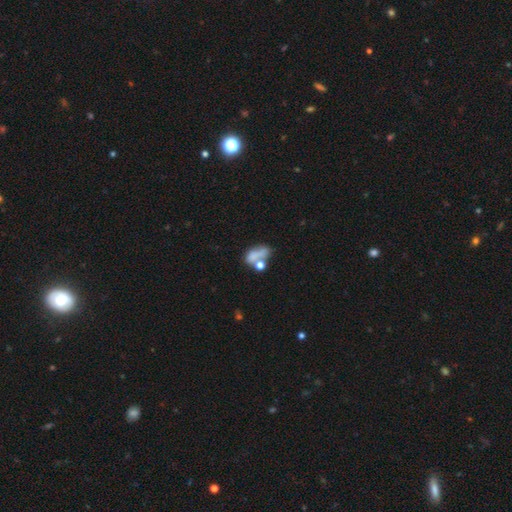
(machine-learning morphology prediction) type=smooth (64%); roundness=in between (76%); merging=merger (39%).